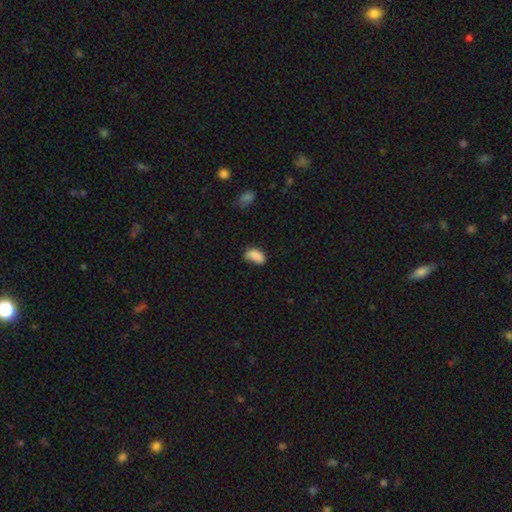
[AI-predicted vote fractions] A smooth galaxy with no disk features (84%) that is in between round and cigar-shaped (91%).

Vote fractions:
- Smooth or featured? smooth: 84% / star or artifact: 9% / featured or disk: 6%
- How rounded? in between: 91% / round: 6% / cigar-shaped: 3%
- Merging? none: 52% / minor disturbance: 33% / major disturbance: 10% / merger: 5%